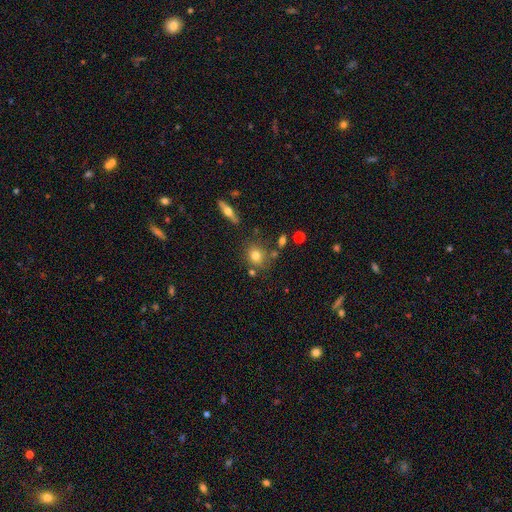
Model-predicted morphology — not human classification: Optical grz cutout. It shows a smooth galaxy with no disk features (75%) that is round (71%). Merging: none (75%).